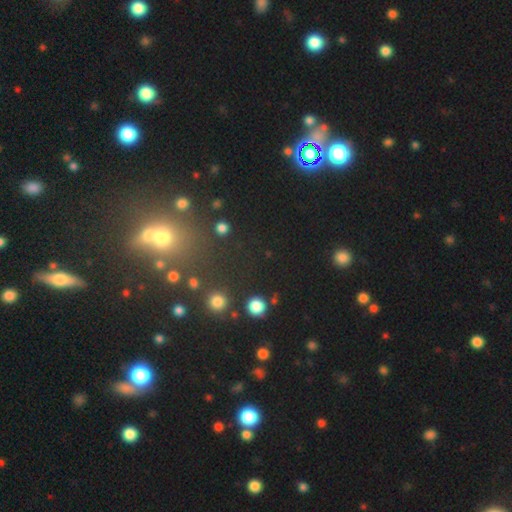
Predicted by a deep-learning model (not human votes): Smooth or featured? Predicted: star or artifact (p=0.54).